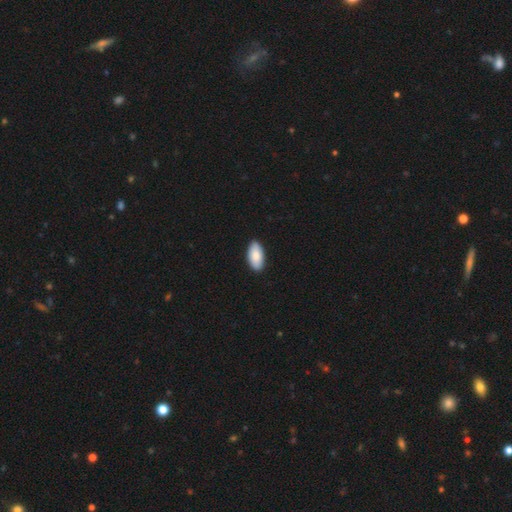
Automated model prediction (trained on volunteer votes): Overall: smooth (85%). How rounded: in between (94%). Merging: none (89%).